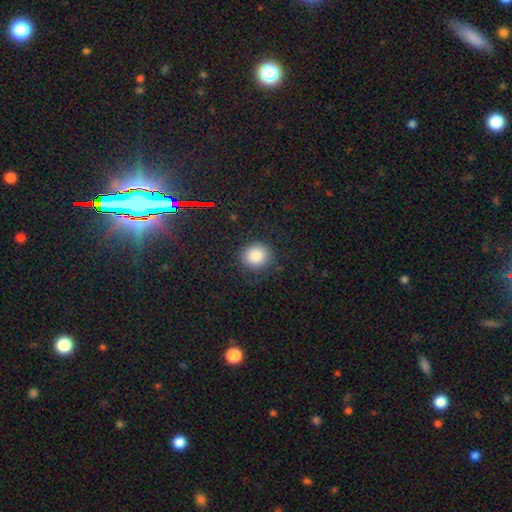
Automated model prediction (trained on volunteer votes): The model was most divided on "how rounded": round: 85%, in between: 14%, cigar-shaped: 1%. More confident: merging — none (85%); smooth or featured — smooth (84%).